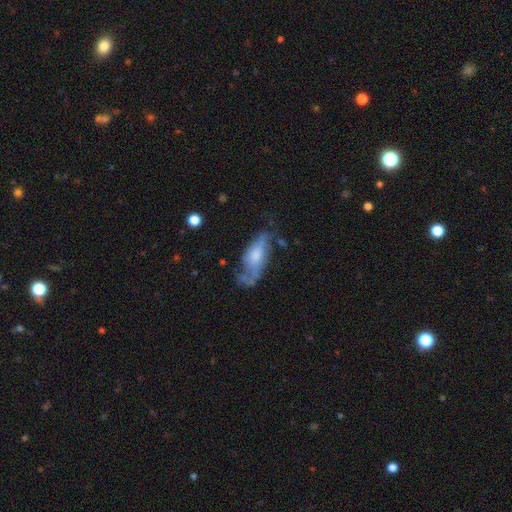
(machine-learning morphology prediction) This is possibly a featured or disk galaxy (49%). Merging: marginally none (38%).